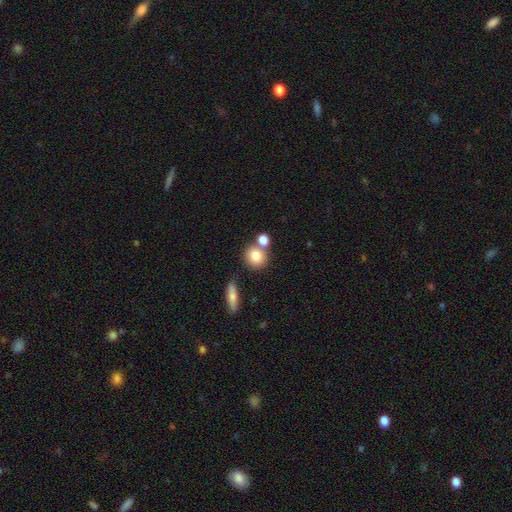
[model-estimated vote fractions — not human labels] smooth_or_featured: smooth (p=0.81) [alt: featured or disk p=0.10]
how_rounded: round (p=0.78) [alt: in between p=0.20]
merging: none (p=0.59) [alt: merger p=0.29]